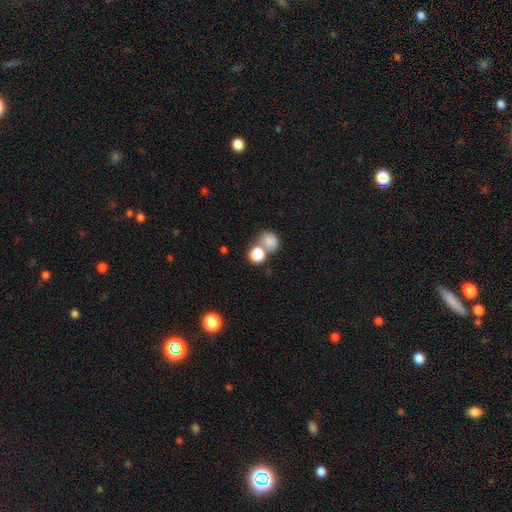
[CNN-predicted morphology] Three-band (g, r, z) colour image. It shows a smooth galaxy with no disk features (82%) that is round (75%). Merging: merger (46%).